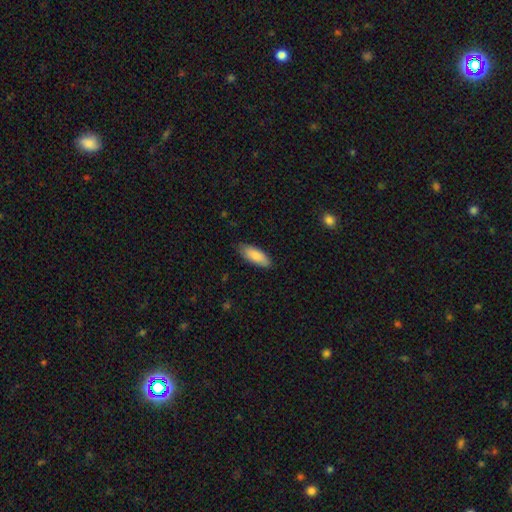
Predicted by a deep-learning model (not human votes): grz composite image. It shows a smooth galaxy with no disk features (83%) that is in between round and cigar-shaped (78%). Merging: none (82%).